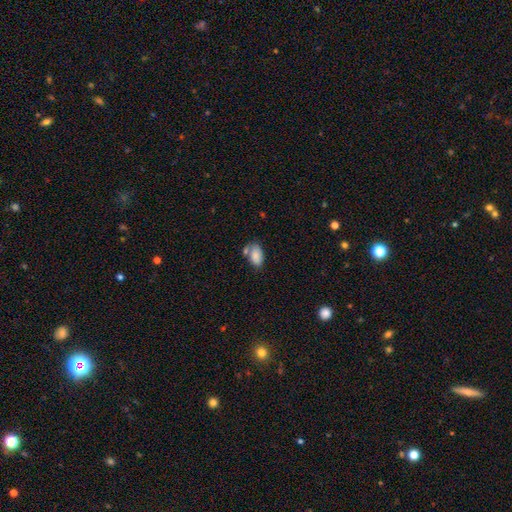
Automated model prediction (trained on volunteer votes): Morphology: type=smooth (84%); roundness=in between (92%); merging=none (48%).